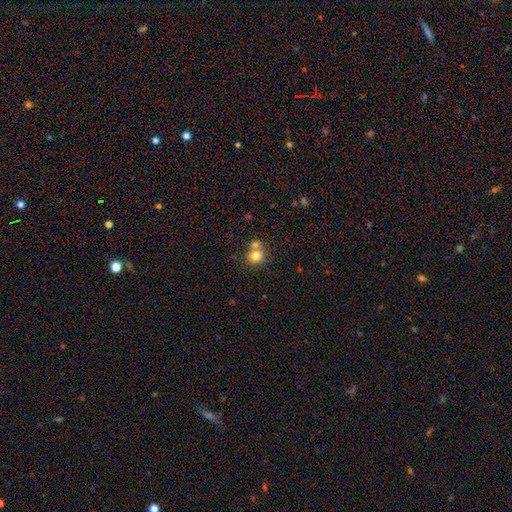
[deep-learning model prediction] Overall: smooth (79%). How rounded: round (84%). Merging: none (51%; merger 38%).